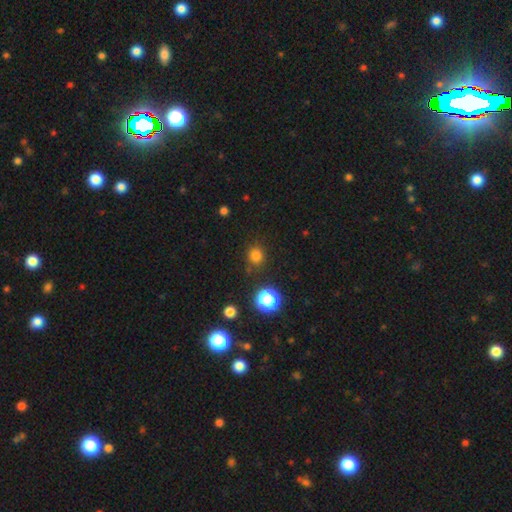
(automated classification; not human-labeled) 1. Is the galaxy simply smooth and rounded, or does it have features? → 77% smooth, 18% star or artifact, 4% featured or disk.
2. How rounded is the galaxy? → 89% round, 10% in between, 1% cigar-shaped.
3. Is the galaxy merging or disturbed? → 84% none, 10% minor disturbance, 3% major disturbance, 3% merger.